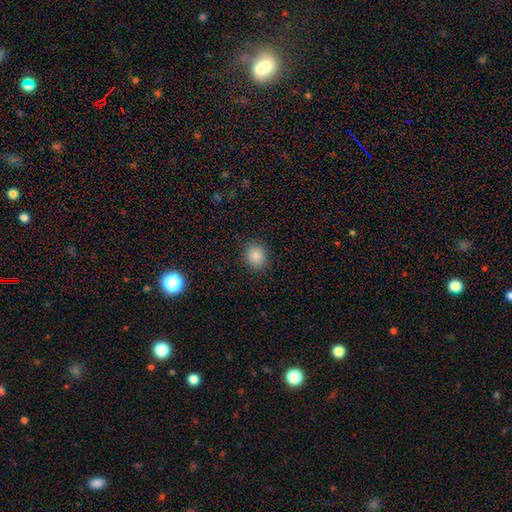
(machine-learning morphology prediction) A smooth galaxy with no disk features (86%) that is round (77%). Merging: none (88%).